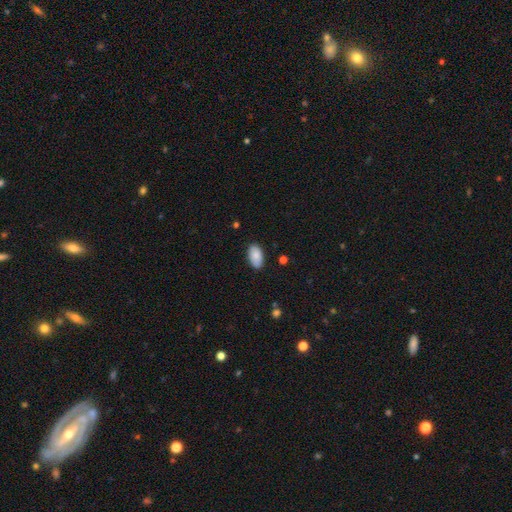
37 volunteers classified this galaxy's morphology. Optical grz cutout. It shows a smooth galaxy with no disk features (95%) that is in between round and cigar-shaped (94%). Merging: none (89%).